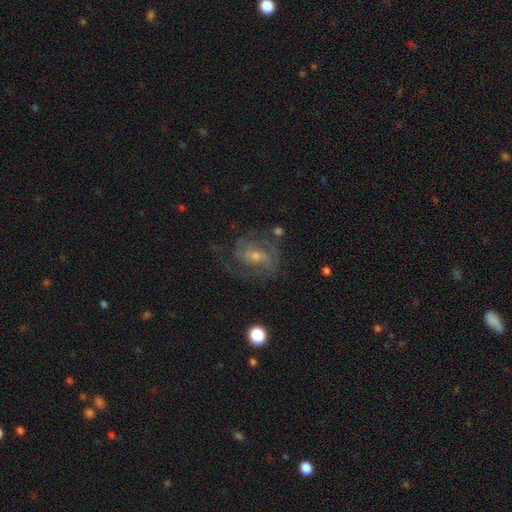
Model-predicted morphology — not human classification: A featured or disk galaxy (83%) with no bar (46%), 2 (42%) medium (47%) spiral arms (93%) and a small central bulge (61%).

Vote fractions:
- Smooth or featured? featured or disk: 83% / smooth: 10% / star or artifact: 7%
- Edge-on disk? no: 98% / yes: 2%
- Bar? no: 46% / weak: 44% / strong: 10%
- Spiral arms? yes: 93% / no: 7%
- Spiral winding? medium: 47% / tight: 39% / loose: 14%
- Spiral arm count? 2: 42% / can't tell: 23% / 3: 20% / 4: 6% / 1: 5% / more than 4: 4%
- Bulge size? small: 61% / moderate: 33% / none: 3% / large: 2% / dominant: 1%
- Merging? none: 62% / minor disturbance: 19% / major disturbance: 16% / merger: 3%